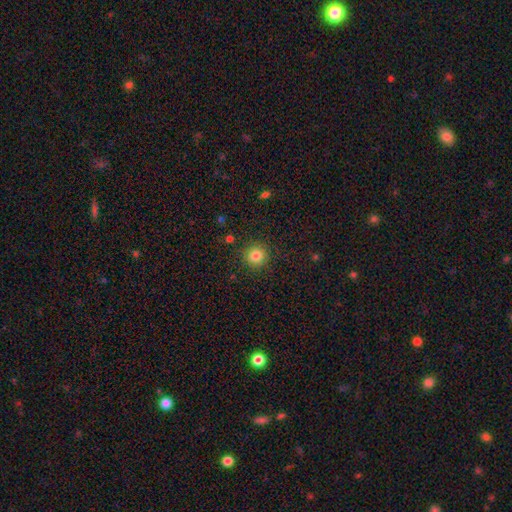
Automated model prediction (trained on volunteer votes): Q: Smooth or featured?
A: smooth (82%); runner-up: star or artifact (12%)
Q: How rounded?
A: round (94%); runner-up: in between (5%)
Q: Merging?
A: none (90%); runner-up: minor disturbance (6%)